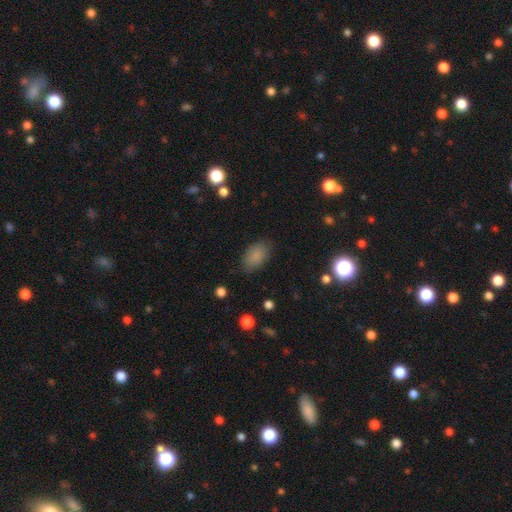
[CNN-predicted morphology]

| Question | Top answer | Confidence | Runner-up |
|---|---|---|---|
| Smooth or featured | smooth | 85% | star or artifact (10%) |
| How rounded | in between | 91% | round (7%) |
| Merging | none | 81% | minor disturbance (13%) |